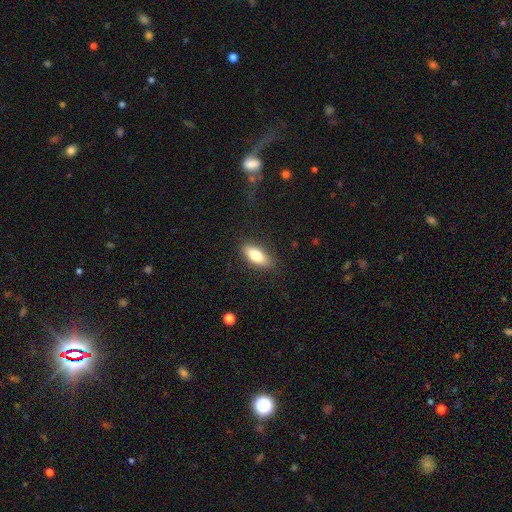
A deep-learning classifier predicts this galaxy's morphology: Smooth or featured? smooth (78%)
How rounded? in between (77%)
Merging? none (84%)